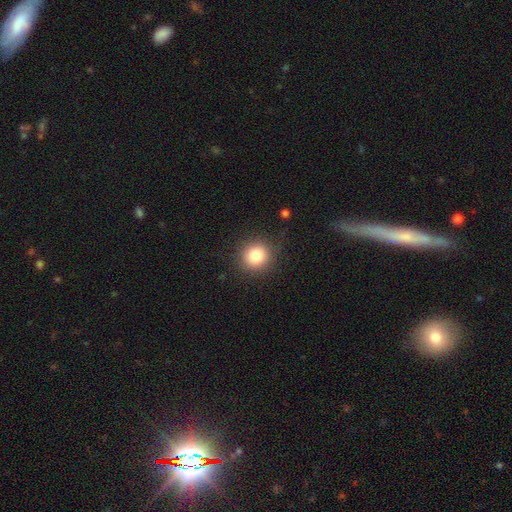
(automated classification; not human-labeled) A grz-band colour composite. It shows a smooth galaxy with no disk features (82%) that is round (91%). Merging: none (87%).